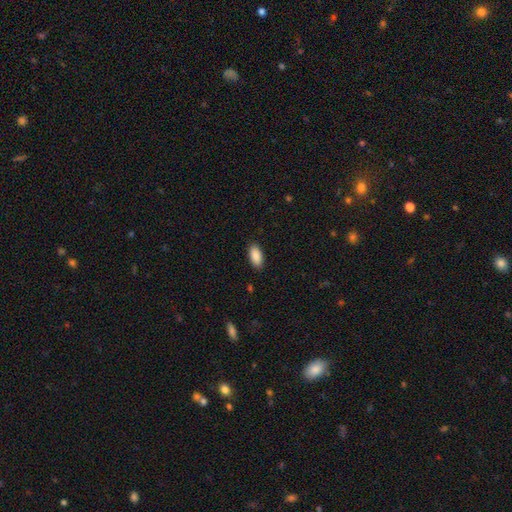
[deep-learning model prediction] smooth-or-featured: smooth: 90% | star or artifact: 7% | featured or disk: 4%
  how-rounded: in between: 92% | cigar-shaped: 6% | round: 2%
  merging: none: 88% | minor disturbance: 9% | major disturbance: 2% | merger: 1%